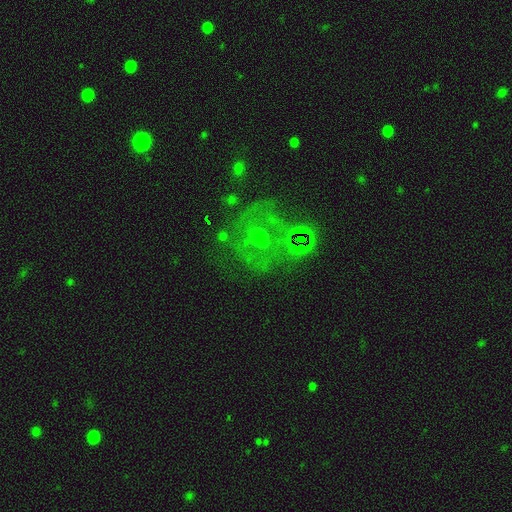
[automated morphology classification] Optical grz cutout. It shows a featured or disk galaxy (41%). Merging: none (57%).